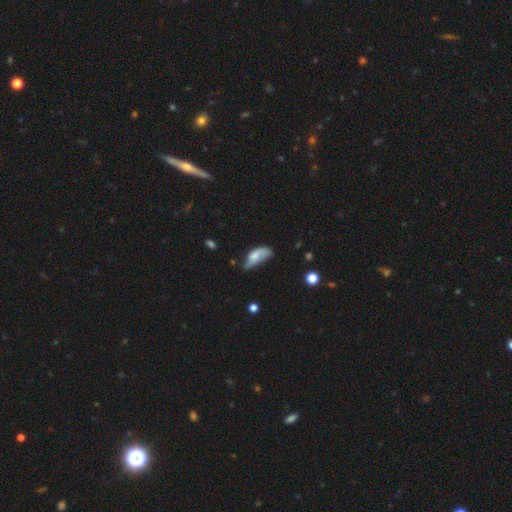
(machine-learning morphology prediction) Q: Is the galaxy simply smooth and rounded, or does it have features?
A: smooth — 51%.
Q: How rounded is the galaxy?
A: in between — 80%.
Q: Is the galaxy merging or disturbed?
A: minor disturbance — 33%.